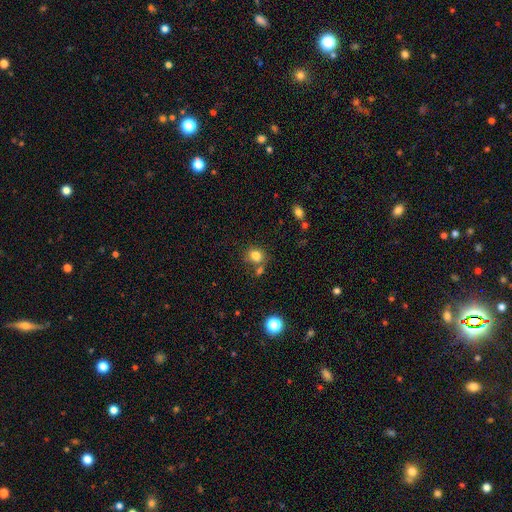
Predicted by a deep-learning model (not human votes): smooth_or_featured: smooth (p=0.80) [alt: star or artifact p=0.12]
how_rounded: round (p=0.70) [alt: in between p=0.29]
merging: none (p=0.64) [alt: merger p=0.19]